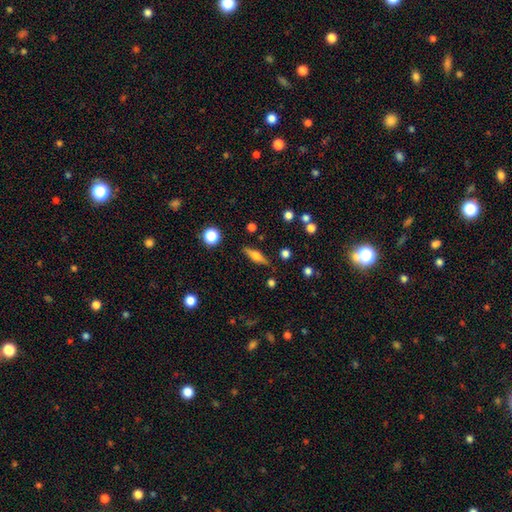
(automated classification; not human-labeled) Overall: featured or disk (50%; smooth 42%). Edge-on disk: yes (93%). Merging: none (85%).